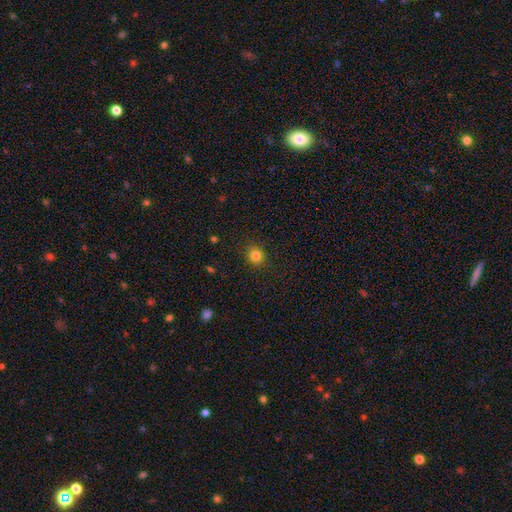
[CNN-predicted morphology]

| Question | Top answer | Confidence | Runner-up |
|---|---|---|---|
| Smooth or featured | smooth | 83% | star or artifact (12%) |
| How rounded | round | 86% | in between (13%) |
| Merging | none | 89% | minor disturbance (8%) |